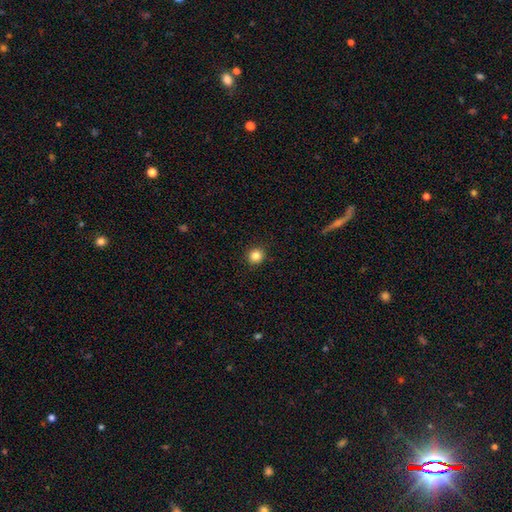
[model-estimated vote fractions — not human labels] Q: Smooth or featured?
A: smooth (85%); runner-up: star or artifact (11%)
Q: How rounded?
A: round (90%); runner-up: in between (9%)
Q: Merging?
A: none (92%); runner-up: minor disturbance (6%)